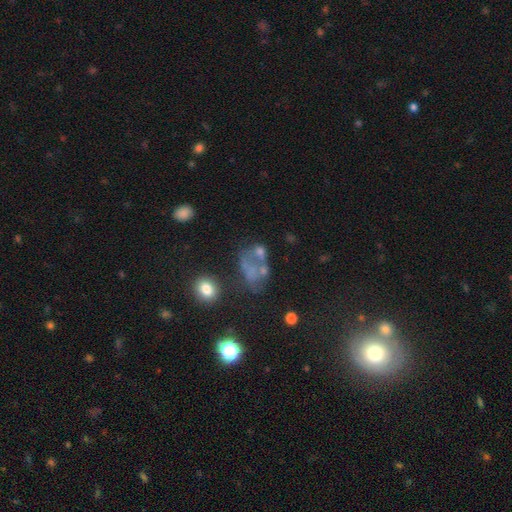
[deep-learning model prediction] This appears to be a featured or disk galaxy (41%). Merging: none (31%).